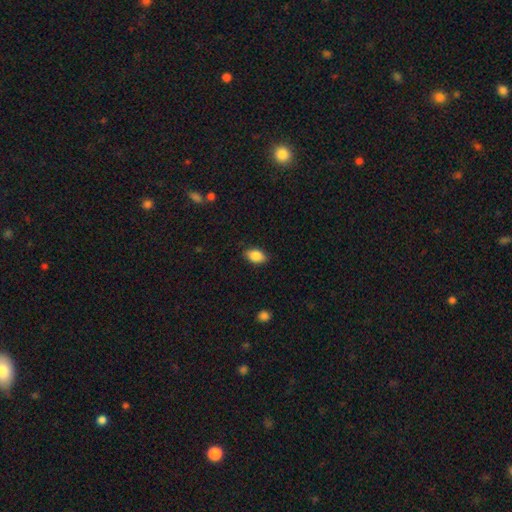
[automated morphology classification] Smooth or featured: smooth — 87% (star or artifact — 7%)
How rounded: in between — 89% (round — 10%)
Merging: none — 86% (minor disturbance — 11%)